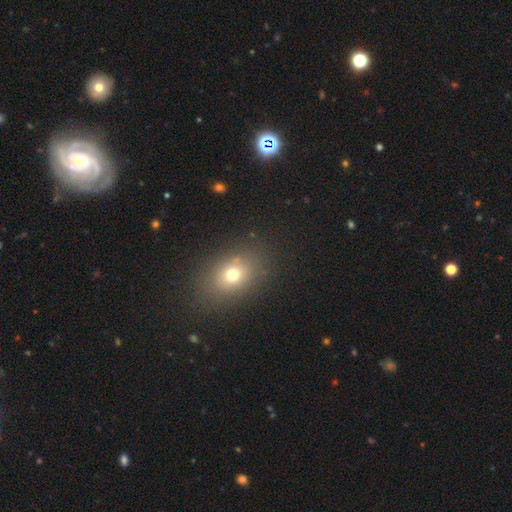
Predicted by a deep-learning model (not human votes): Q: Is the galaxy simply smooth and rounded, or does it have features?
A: smooth — 59%.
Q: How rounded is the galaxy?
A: in between — 63%.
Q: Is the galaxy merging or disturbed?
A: none — 86%.